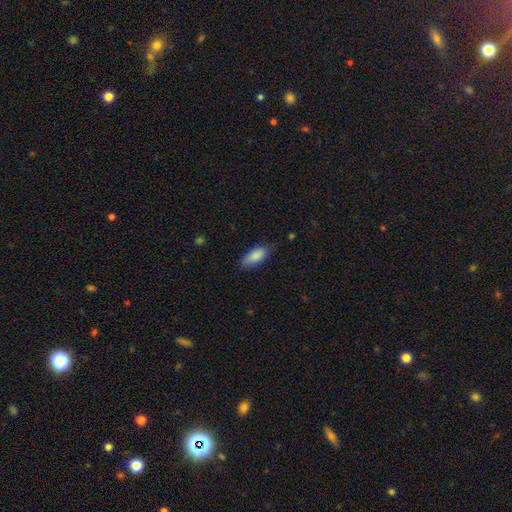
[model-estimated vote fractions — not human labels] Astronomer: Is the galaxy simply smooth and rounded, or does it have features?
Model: smooth — 87%.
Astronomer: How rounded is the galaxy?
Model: in between — 87%.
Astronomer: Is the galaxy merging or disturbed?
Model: none — 73%.